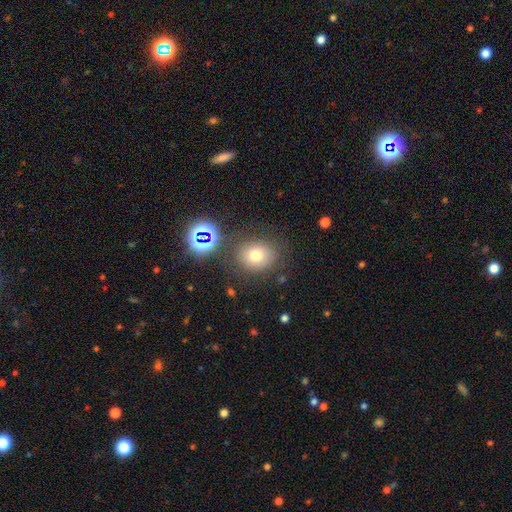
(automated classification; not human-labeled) Smooth or featured? smooth (71%)
How rounded? round (67%)
Merging? none (77%)